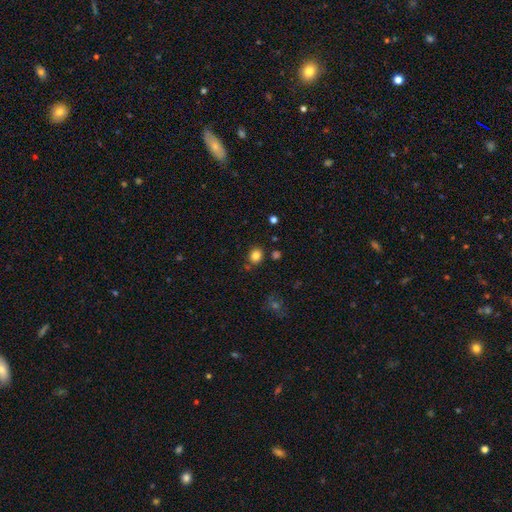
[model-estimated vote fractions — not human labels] Overall: smooth (83%). How rounded: round (73%). Merging: none (81%).